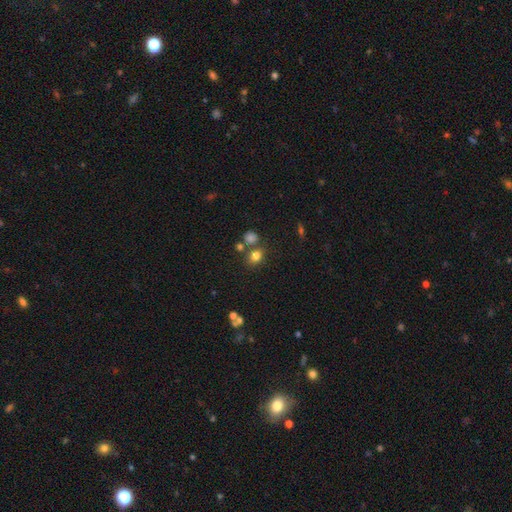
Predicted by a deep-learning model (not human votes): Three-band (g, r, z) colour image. It shows a smooth galaxy with no disk features (77%) that is round (54%). Merging: none (66%).